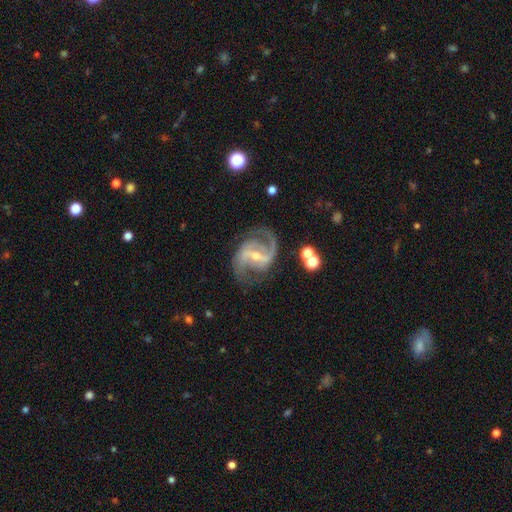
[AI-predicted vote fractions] smooth_or_featured: featured or disk (p=0.91) [alt: star or artifact p=0.05]
disk_edge_on: no (p=0.97) [alt: yes p=0.03]
bar: strong (p=0.54) [alt: weak p=0.35]
has_spiral_arms: yes (p=0.98) [alt: no p=0.02]
spiral_winding: medium (p=0.58) [alt: loose p=0.28]
spiral_arm_count: 2 (p=0.90) [alt: 3 p=0.03]
bulge_size: small (p=0.56) [alt: moderate p=0.39]
merging: none (p=0.76) [alt: minor disturbance p=0.14]